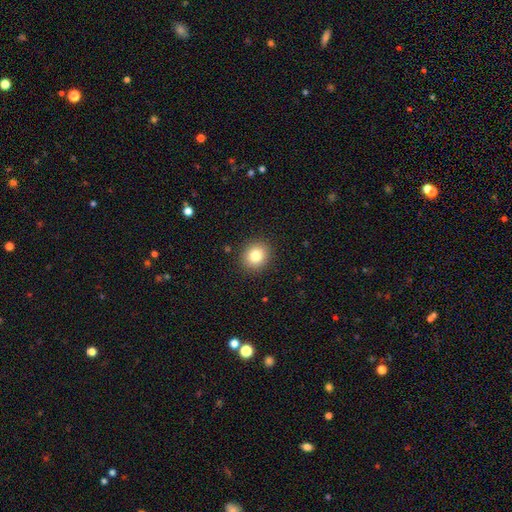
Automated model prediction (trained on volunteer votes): This appears to be a smooth galaxy with no disk features (82%) that is round (82%). Merging: none (90%).